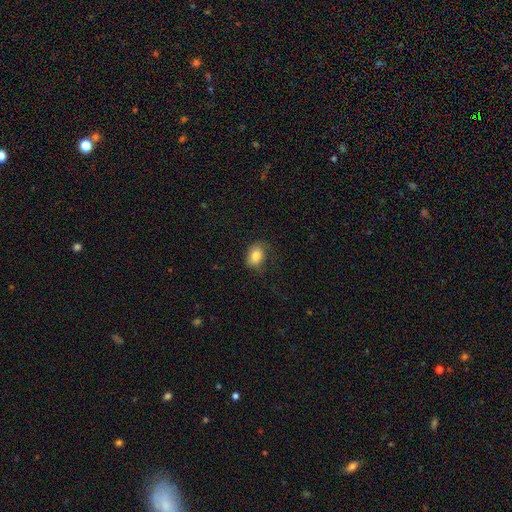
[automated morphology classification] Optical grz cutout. It shows a smooth galaxy with no disk features (84%) that is in between round and cigar-shaped (74%). Merging: none (71%).